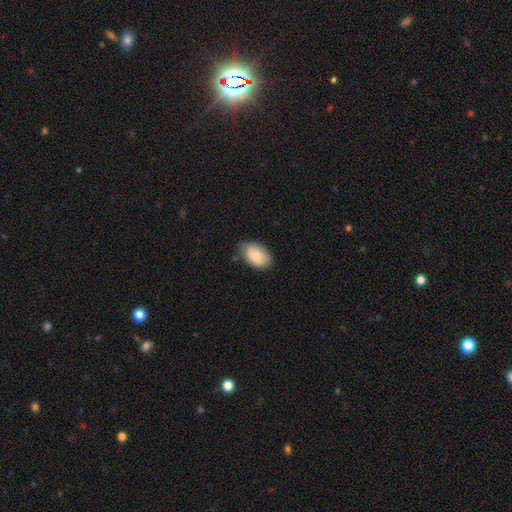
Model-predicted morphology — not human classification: Overall: smooth (85%). How rounded: in between (90%). Merging: none (71%).